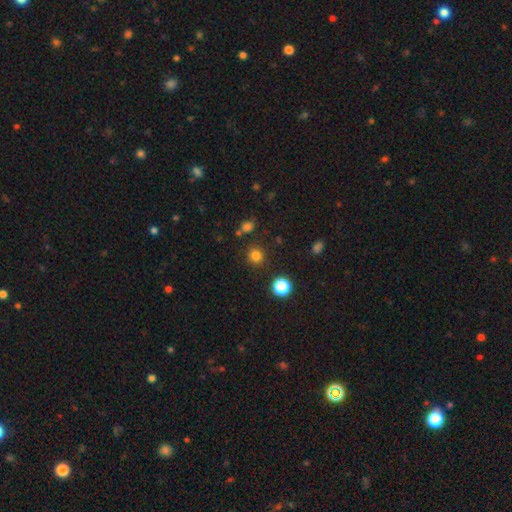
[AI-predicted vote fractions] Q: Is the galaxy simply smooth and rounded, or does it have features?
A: smooth — 79%.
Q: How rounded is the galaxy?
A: round — 93%.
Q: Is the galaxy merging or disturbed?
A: none — 87%.